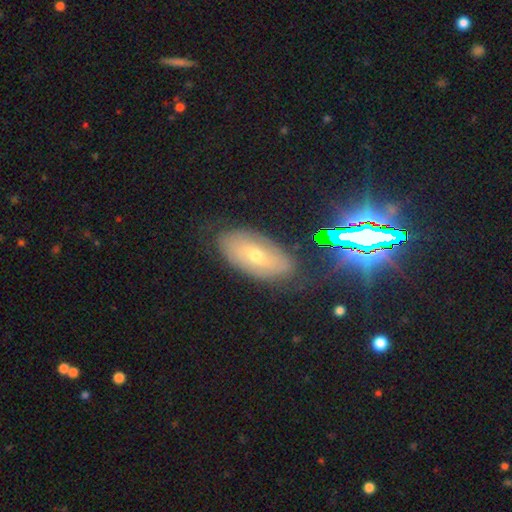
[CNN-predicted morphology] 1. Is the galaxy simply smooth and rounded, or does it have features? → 43% featured or disk, 35% smooth, 22% star or artifact.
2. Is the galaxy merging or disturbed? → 79% none, 15% minor disturbance, 4% major disturbance, 2% merger.